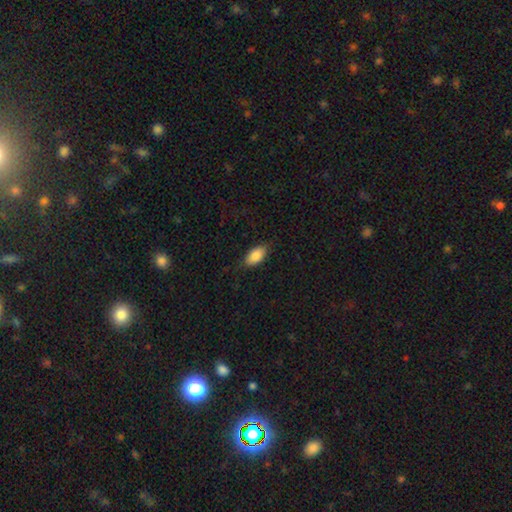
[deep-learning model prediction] This is clearly a smooth galaxy (85%). How rounded: clearly in between (92%). Merging: likely none (79%).